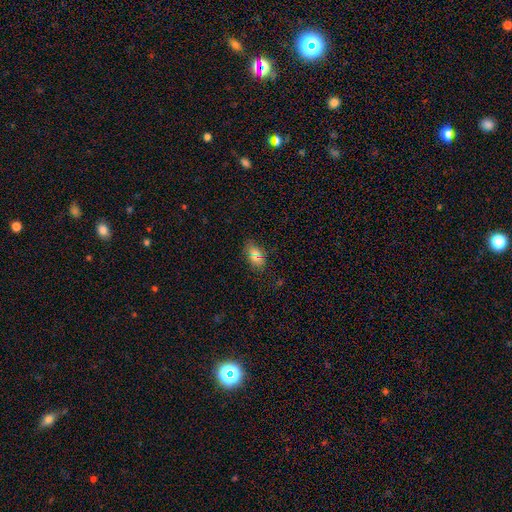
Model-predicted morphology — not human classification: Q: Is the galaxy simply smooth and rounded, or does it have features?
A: smooth — 71%.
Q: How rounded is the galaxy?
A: in between — 84%.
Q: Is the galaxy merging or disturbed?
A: none — 76%.